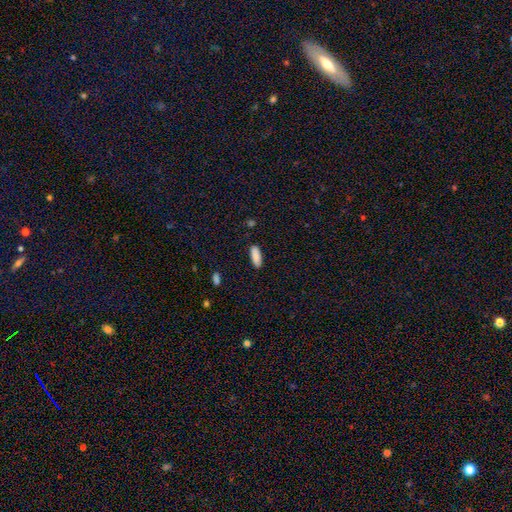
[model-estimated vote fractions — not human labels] Overall: smooth (89%). How rounded: in between (65%; cigar-shaped 33%). Merging: none (88%).